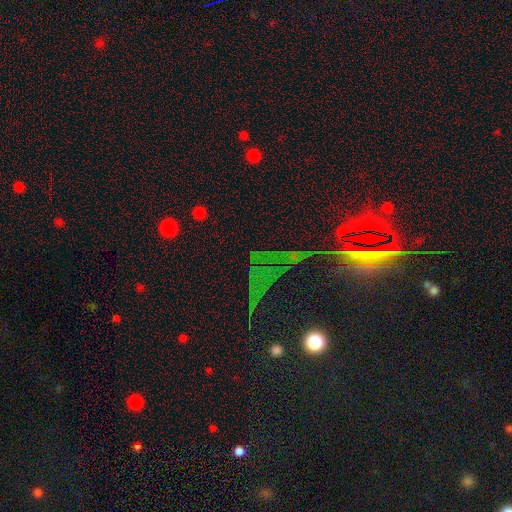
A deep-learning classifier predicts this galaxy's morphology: Smooth or featured? Predicted: star or artifact (p=0.69).